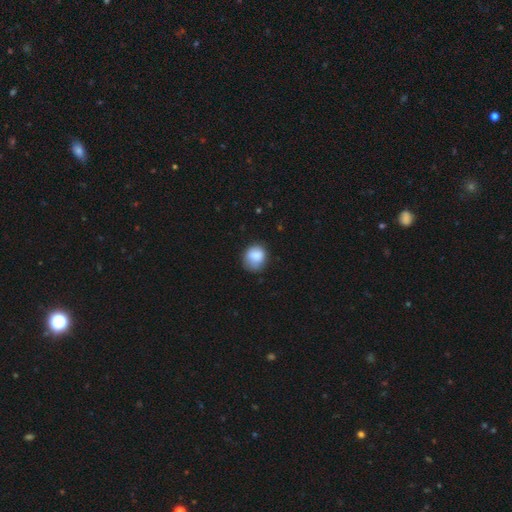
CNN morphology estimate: Q: Smooth or featured?
A: smooth (83%); runner-up: featured or disk (9%)
Q: How rounded?
A: round (67%); runner-up: in between (32%)
Q: Merging?
A: none (65%); runner-up: minor disturbance (27%)